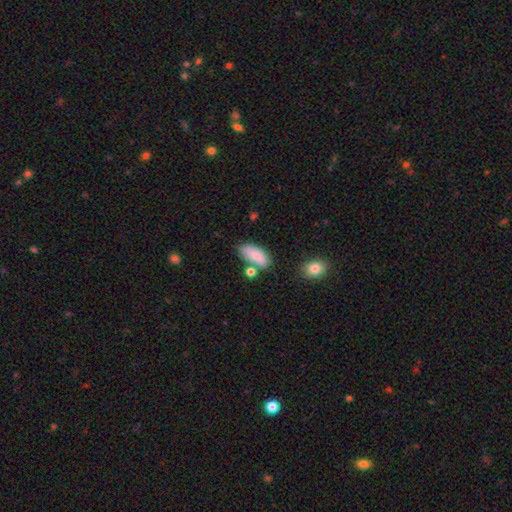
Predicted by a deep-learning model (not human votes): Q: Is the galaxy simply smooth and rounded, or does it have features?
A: smooth — 82%.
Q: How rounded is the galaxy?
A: in between — 87%.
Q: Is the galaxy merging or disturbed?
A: none — 60%.